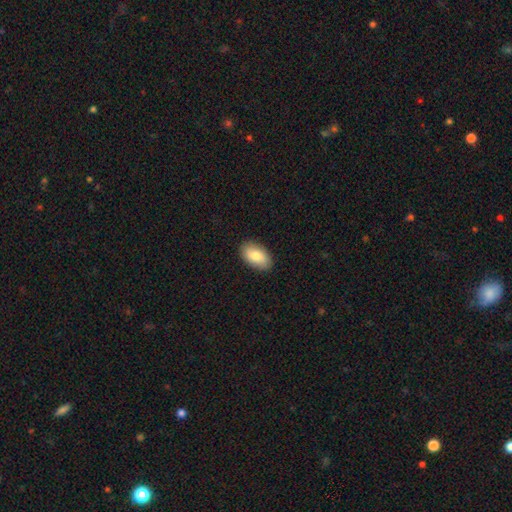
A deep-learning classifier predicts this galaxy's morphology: type=smooth (81%); roundness=in between (94%); merging=none (89%).